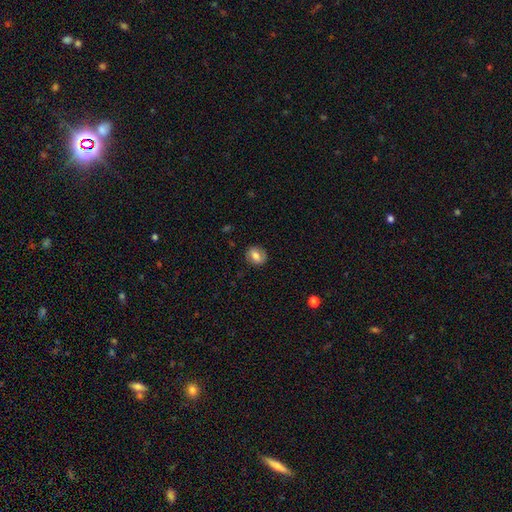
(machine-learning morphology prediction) Smooth or featured?
  - smooth: 61% *
  - featured or disk: 31%
  - star or artifact: 9%
How rounded?
  - round: 50% *
  - in between: 48%
  - cigar-shaped: 2%
Merging?
  - none: 81% *
  - minor disturbance: 13%
  - major disturbance: 4%
  - merger: 1%